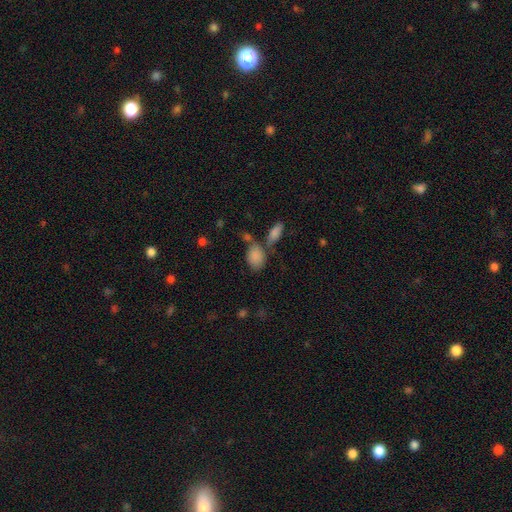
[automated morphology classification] Smooth or featured? smooth (84%)
How rounded? in between (85%)
Merging? none (50%)